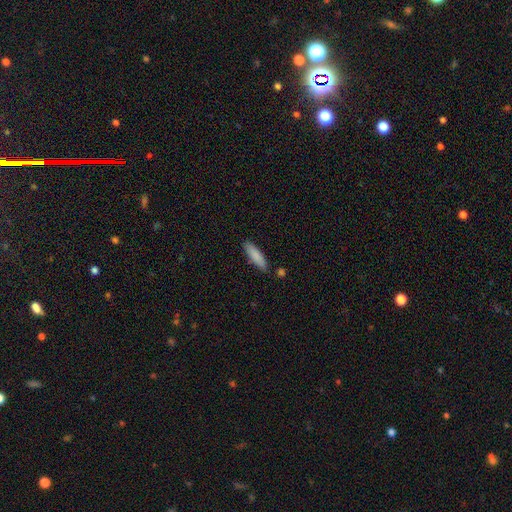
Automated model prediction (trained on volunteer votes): smooth_or_featured: smooth (p=0.85) [alt: featured or disk p=0.09]
how_rounded: cigar-shaped (p=0.64) [alt: in between p=0.34]
merging: none (p=0.82) [alt: minor disturbance p=0.13]